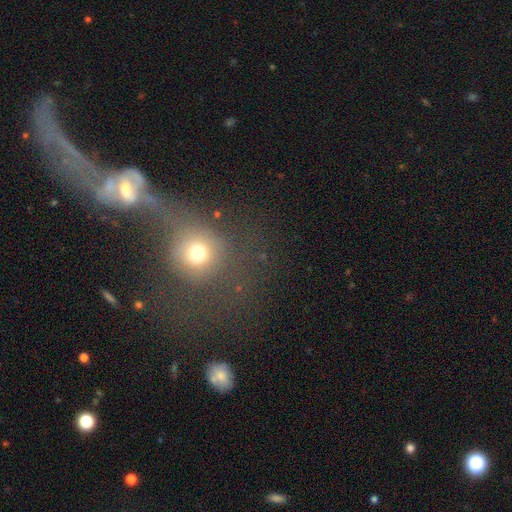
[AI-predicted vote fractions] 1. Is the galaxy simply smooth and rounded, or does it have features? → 48% smooth, 28% featured or disk, 23% star or artifact.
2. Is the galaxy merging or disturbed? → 55% merger, 22% none, 16% major disturbance, 7% minor disturbance.